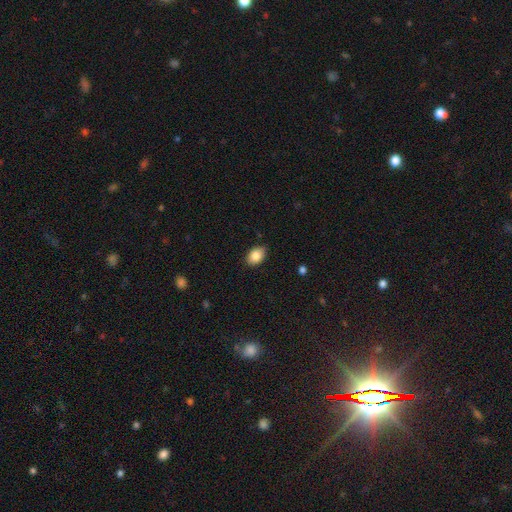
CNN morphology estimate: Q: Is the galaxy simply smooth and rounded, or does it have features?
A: smooth — 85%.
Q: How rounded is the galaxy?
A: in between — 84%.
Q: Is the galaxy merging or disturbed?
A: none — 86%.